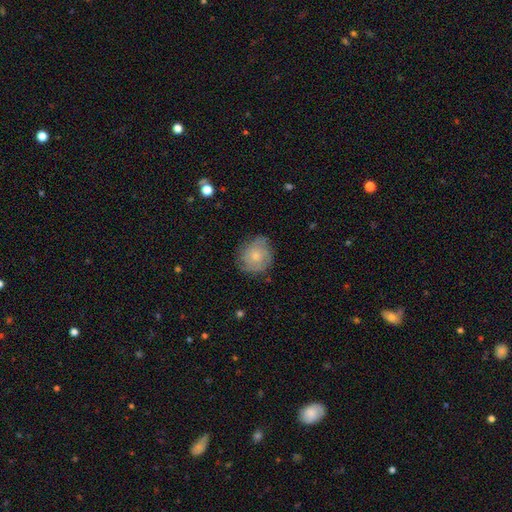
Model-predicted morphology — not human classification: Overall: smooth (52%; featured or disk 40%). How rounded: round (84%). Merging: none (70%).